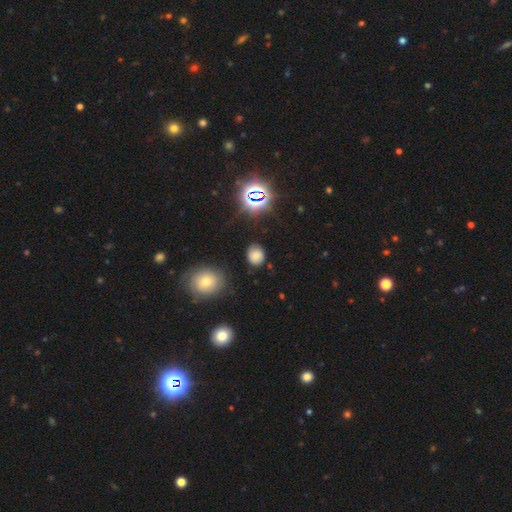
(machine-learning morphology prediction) type=smooth (72%); roundness=round (62%); merging=none (80%).